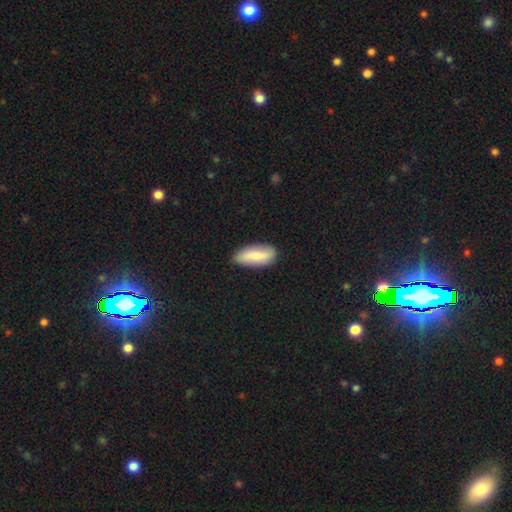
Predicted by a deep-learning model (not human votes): Morphology: type=smooth (82%); roundness=in between (78%); merging=none (79%).